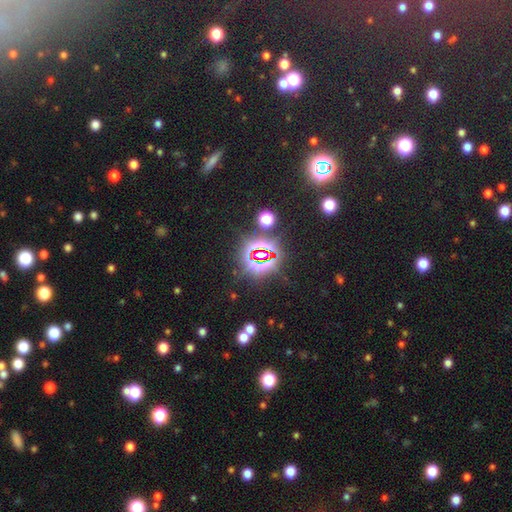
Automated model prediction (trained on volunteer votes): Overall: star or artifact (78%).